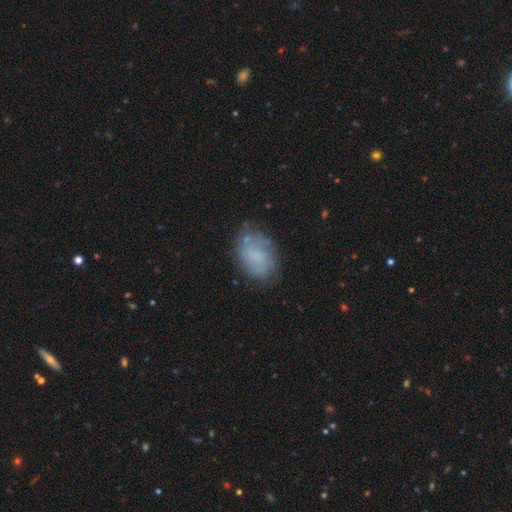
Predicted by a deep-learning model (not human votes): Smooth or featured: smooth — 56% (featured or disk — 34%)
How rounded: in between — 82% (round — 17%)
Merging: none — 65% (minor disturbance — 23%)